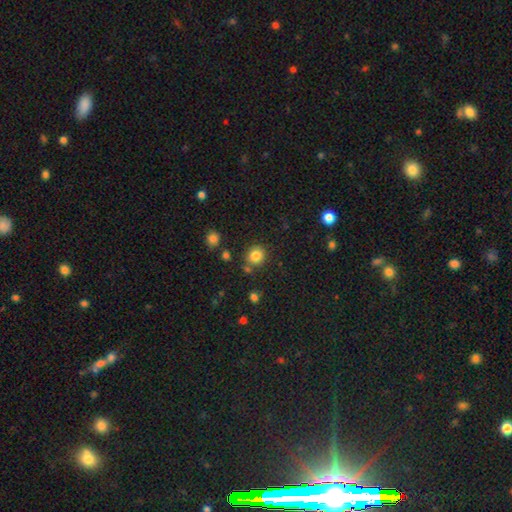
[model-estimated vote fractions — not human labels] smooth_or_featured: smooth (p=0.83) [alt: star or artifact p=0.12]
how_rounded: round (p=0.89) [alt: in between p=0.11]
merging: none (p=0.82) [alt: minor disturbance p=0.09]